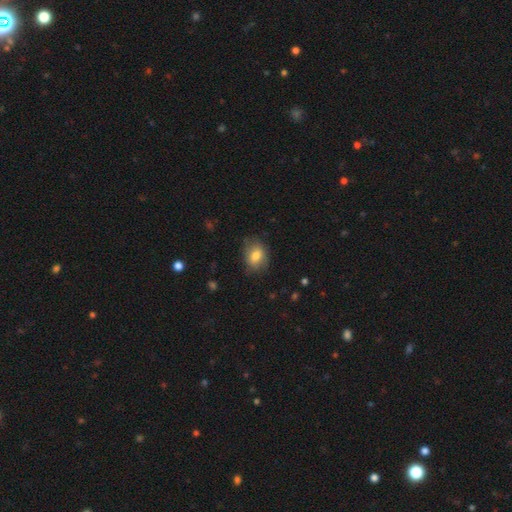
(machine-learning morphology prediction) type=smooth (77%); roundness=in between (61%); merging=none (74%).